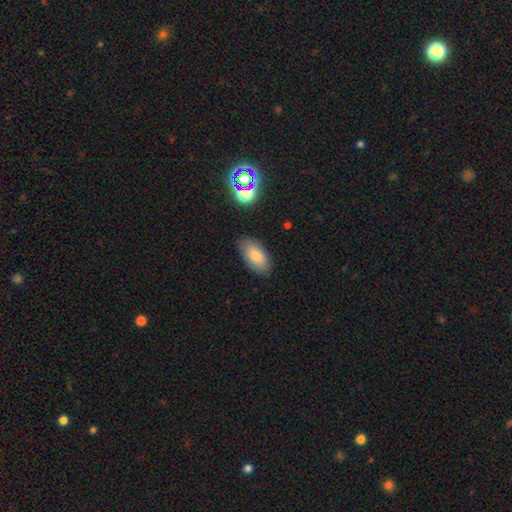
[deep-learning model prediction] Smooth or featured? Predicted: smooth (p=0.81). How rounded? Predicted: in between (p=0.93). Merging? Predicted: none (p=0.84).